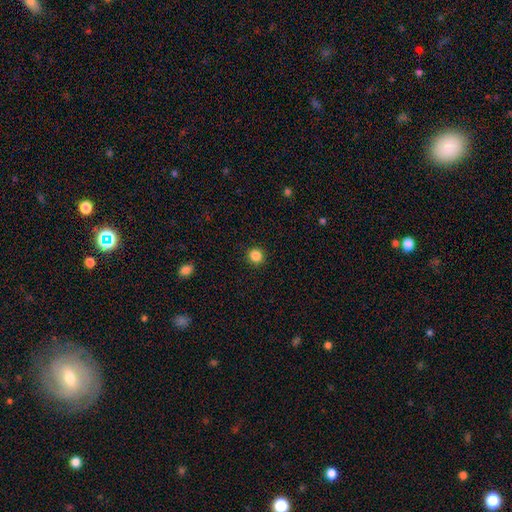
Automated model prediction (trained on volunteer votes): A smooth galaxy with no disk features (86%) that is round (91%).

Vote fractions:
- Smooth or featured? smooth: 86% / star or artifact: 11% / featured or disk: 3%
- How rounded? round: 91% / in between: 8% / cigar-shaped: 1%
- Merging? none: 92% / minor disturbance: 5% / major disturbance: 2% / merger: 1%